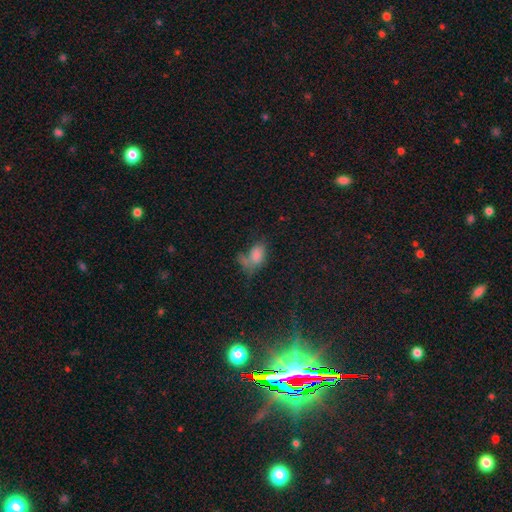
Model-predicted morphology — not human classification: Q: Smooth or featured?
A: smooth (72%); runner-up: star or artifact (16%)
Q: How rounded?
A: in between (88%); runner-up: round (9%)
Q: Merging?
A: none (31%); runner-up: merger (25%)